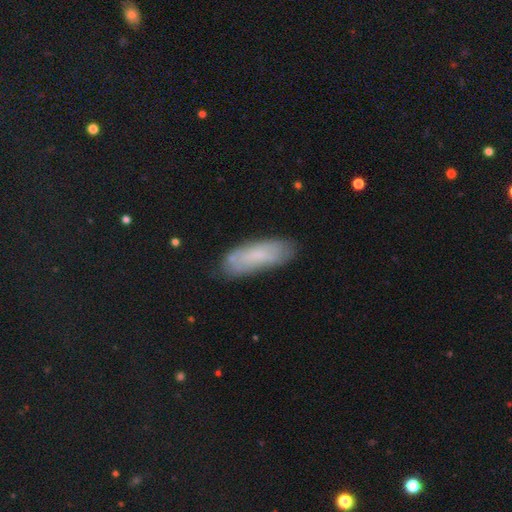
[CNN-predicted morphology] smooth 67%, featured or disk 25%, star or artifact 8%. Down the decision tree: how rounded — in between (62%); merging — none (74%).